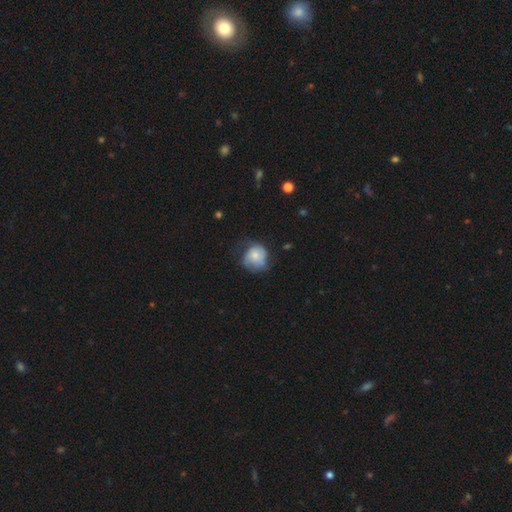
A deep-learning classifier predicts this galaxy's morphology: type=smooth (56%); roundness=round (75%); merging=none (44%).